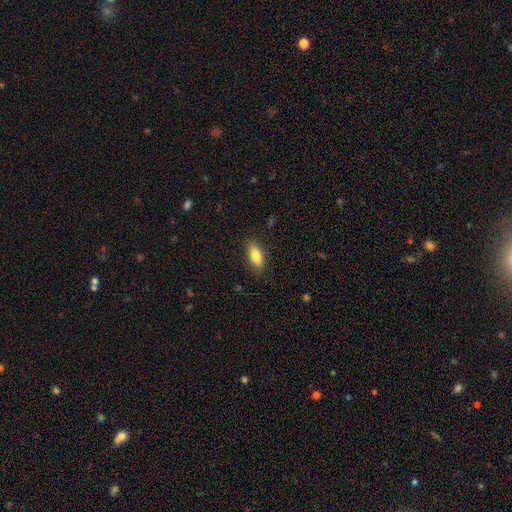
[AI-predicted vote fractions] This appears to be a smooth galaxy with no disk features (81%) that is in between round and cigar-shaped (81%). Merging: none (86%).